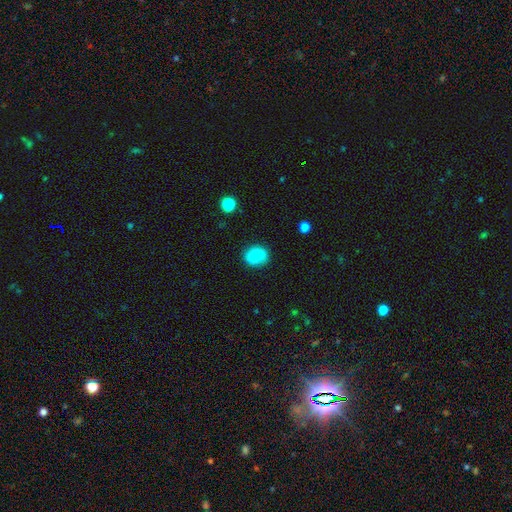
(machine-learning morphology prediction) Overall: smooth (78%). How rounded: round (49%, tied with in between). Merging: none (80%).